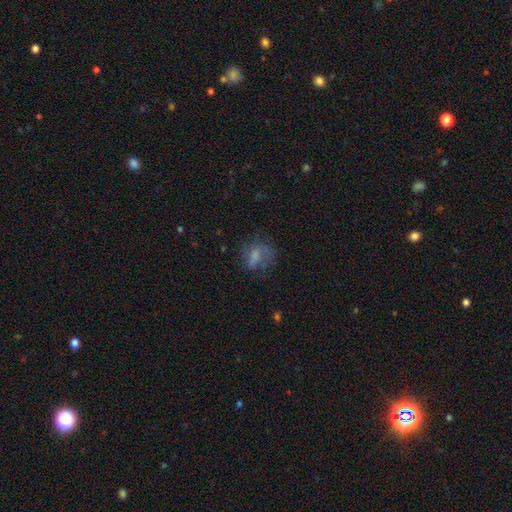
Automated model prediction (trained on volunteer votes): Smooth or featured: smooth — 48% (featured or disk — 39%)
Merging: none — 43% (major disturbance — 32%)